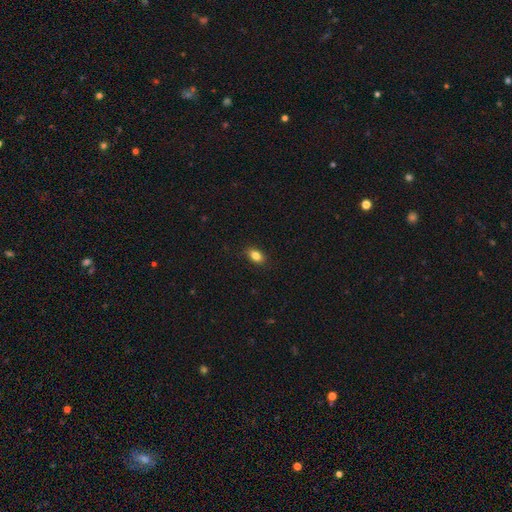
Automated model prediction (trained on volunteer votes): Smooth or featured? smooth (84%)
How rounded? in between (83%)
Merging? none (87%)